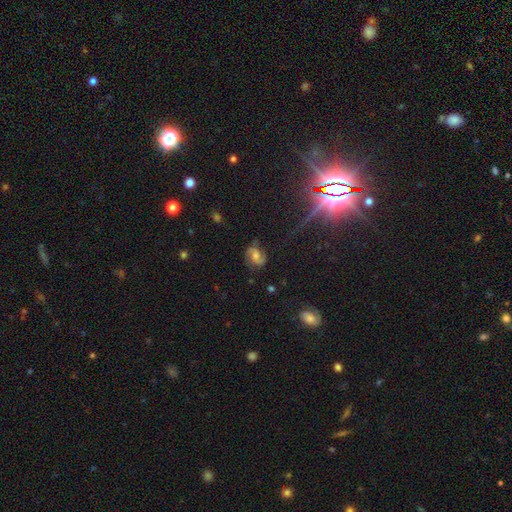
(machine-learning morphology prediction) Q: Smooth or featured?
A: featured or disk (73%); runner-up: smooth (16%)
Q: Edge-on disk?
A: no (97%); runner-up: yes (3%)
Q: Bar?
A: no (45%); runner-up: weak (43%)
Q: Spiral arms?
A: yes (95%); runner-up: no (5%)
Q: Spiral winding?
A: medium (52%); runner-up: loose (25%)
Q: Spiral arm count?
A: 2 (90%); runner-up: can't tell (4%)
Q: Bulge size?
A: moderate (54%); runner-up: small (27%)
Q: Merging?
A: none (76%); runner-up: minor disturbance (16%)